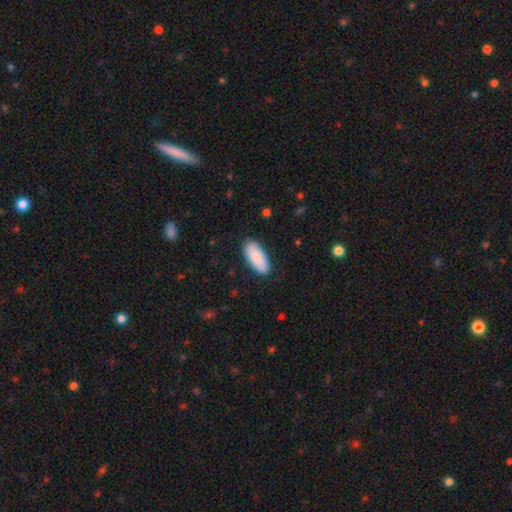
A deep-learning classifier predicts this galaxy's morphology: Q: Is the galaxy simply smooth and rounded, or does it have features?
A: smooth — 88%.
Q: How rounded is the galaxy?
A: in between — 88%.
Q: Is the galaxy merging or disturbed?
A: none — 85%.